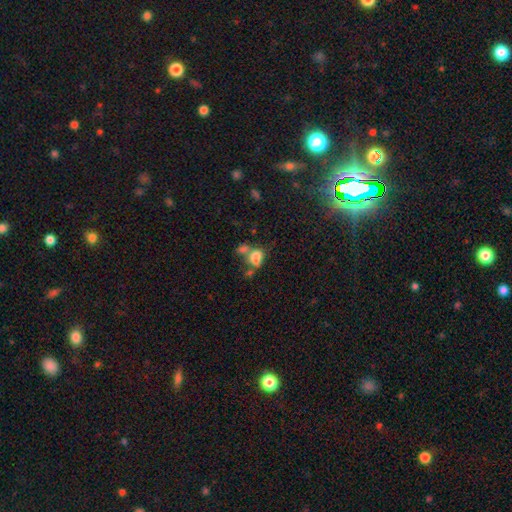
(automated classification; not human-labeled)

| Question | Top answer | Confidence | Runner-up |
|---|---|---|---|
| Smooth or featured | smooth | 71% | featured or disk (16%) |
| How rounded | in between | 76% | round (22%) |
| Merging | merger | 53% | none (25%) |